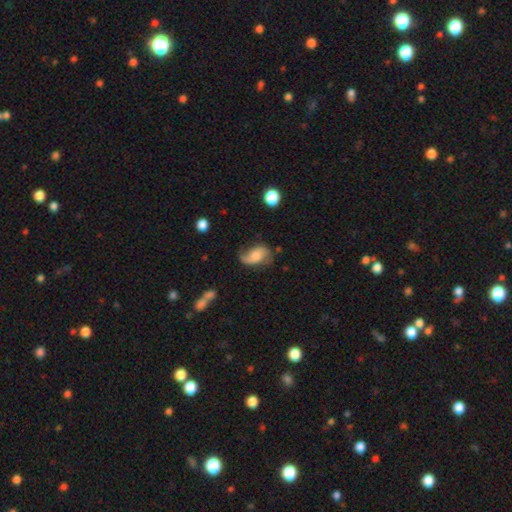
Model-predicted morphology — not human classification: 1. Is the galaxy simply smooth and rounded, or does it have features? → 60% featured or disk, 32% smooth, 8% star or artifact.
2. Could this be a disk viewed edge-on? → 96% no, 4% yes.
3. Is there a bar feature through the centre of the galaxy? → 61% no, 32% weak, 8% strong.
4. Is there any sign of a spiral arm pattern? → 92% yes, 8% no.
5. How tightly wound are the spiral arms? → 62% loose, 29% medium, 10% tight.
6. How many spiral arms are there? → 77% 2, 15% 1, 5% can't tell, 1% 3, 1% 4, 1% more than 4.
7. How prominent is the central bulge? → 34% moderate, 29% small, 18% none, 15% large, 3% dominant.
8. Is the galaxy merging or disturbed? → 54% none, 28% minor disturbance, 15% major disturbance, 3% merger.